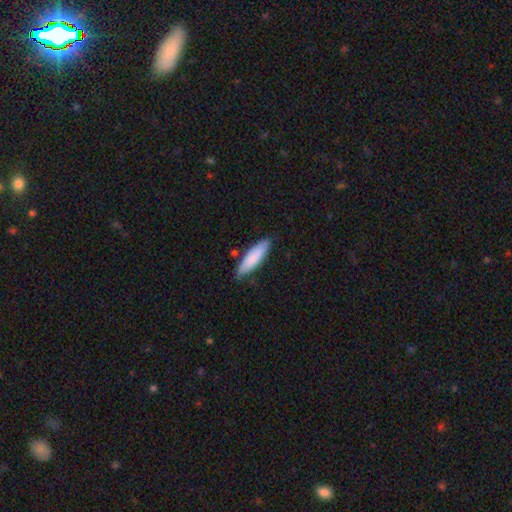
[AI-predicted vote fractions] Smooth or featured? smooth (83%)
How rounded? cigar-shaped (64%)
Merging? none (81%)